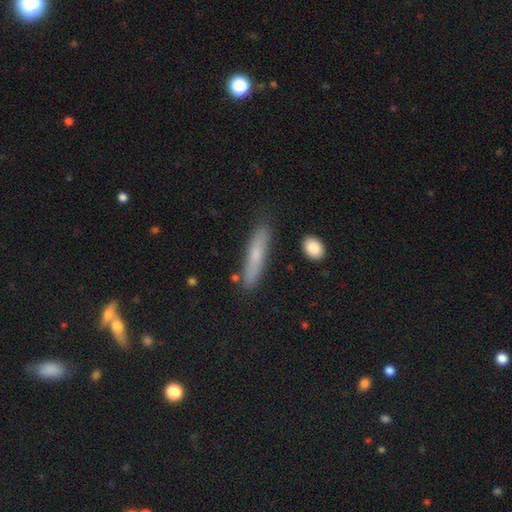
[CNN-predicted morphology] Smooth or featured?
  - smooth: 66% *
  - featured or disk: 26%
  - star or artifact: 9%
How rounded?
  - cigar-shaped: 86% *
  - in between: 12%
  - round: 2%
Merging?
  - none: 83% *
  - minor disturbance: 12%
  - merger: 3%
  - major disturbance: 3%